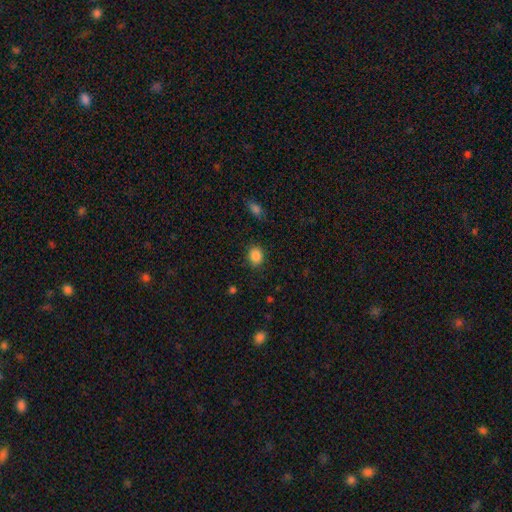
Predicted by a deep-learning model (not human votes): Smooth or featured? smooth (87%)
How rounded? round (57%)
Merging? none (85%)